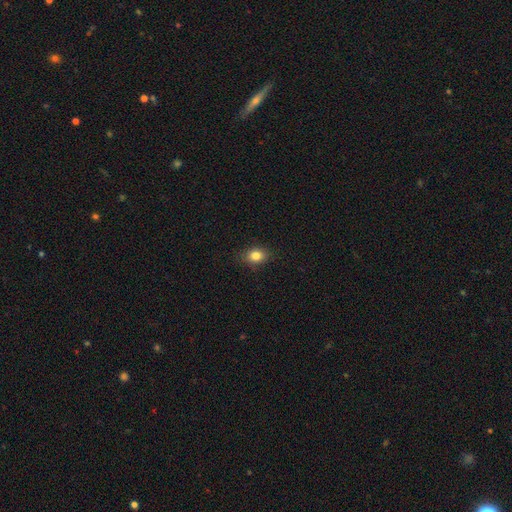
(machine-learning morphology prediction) smooth_or_featured: smooth (p=0.84) [alt: star or artifact p=0.10]
how_rounded: in between (p=0.64) [alt: round p=0.34]
merging: none (p=0.85) [alt: minor disturbance p=0.11]